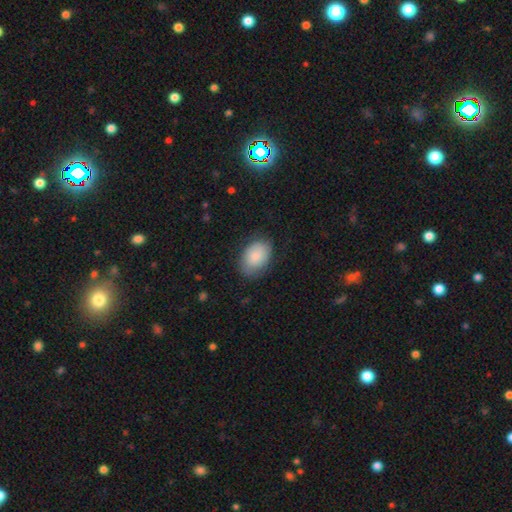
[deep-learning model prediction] Smooth or featured? Predicted: smooth (p=0.84). How rounded? Predicted: in between (p=0.83). Merging? Predicted: none (p=0.77).